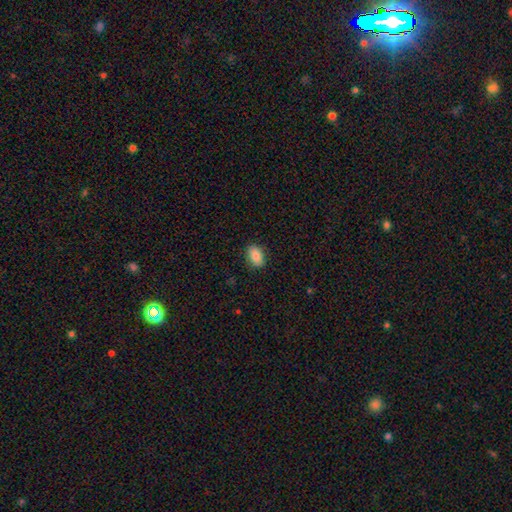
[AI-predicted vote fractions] This is clearly a smooth galaxy (85%). How rounded: clearly in between (86%). Merging: clearly none (88%).